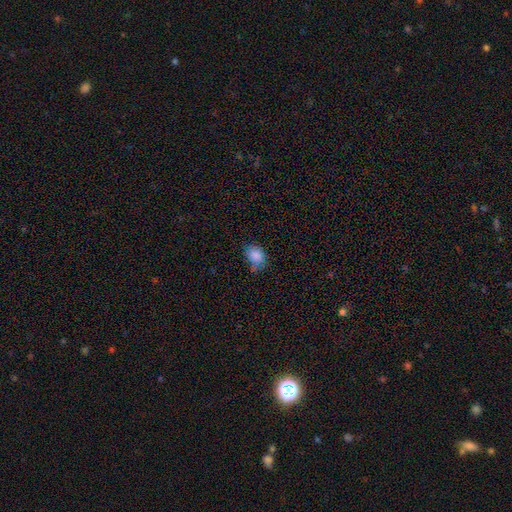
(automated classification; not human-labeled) A smooth galaxy with no disk features (86%) that is in between round and cigar-shaped (54%).

Vote fractions:
- Smooth or featured? smooth: 86% / star or artifact: 9% / featured or disk: 5%
- How rounded? in between: 54% / round: 45% / cigar-shaped: 1%
- Merging? none: 51% / minor disturbance: 34% / major disturbance: 10% / merger: 5%